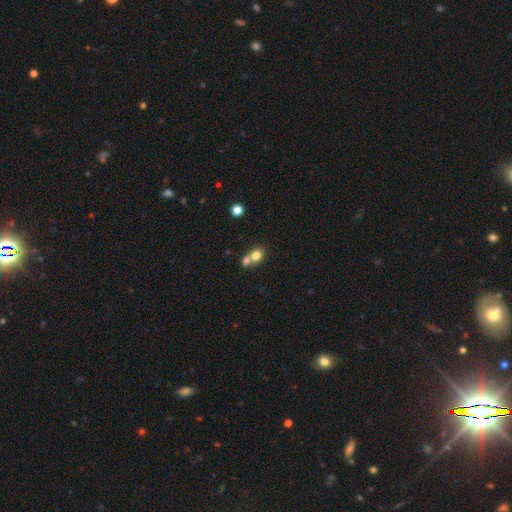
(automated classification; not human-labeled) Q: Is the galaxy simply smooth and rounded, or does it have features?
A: smooth — 77%.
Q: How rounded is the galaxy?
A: round — 63%.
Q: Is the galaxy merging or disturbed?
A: merger — 53%.